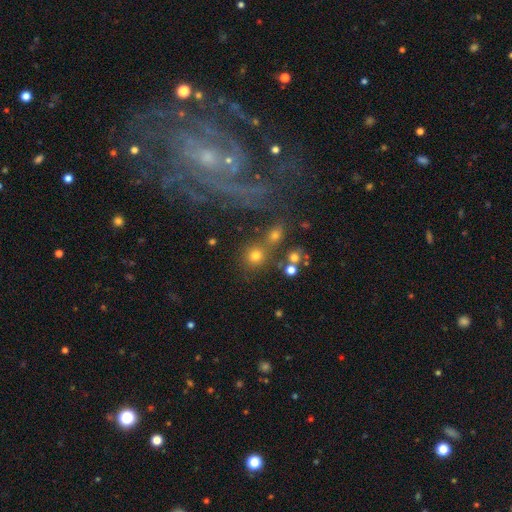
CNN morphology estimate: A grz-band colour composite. It shows a smooth galaxy with no disk features (74%) that is round (88%). Merging: none (66%).